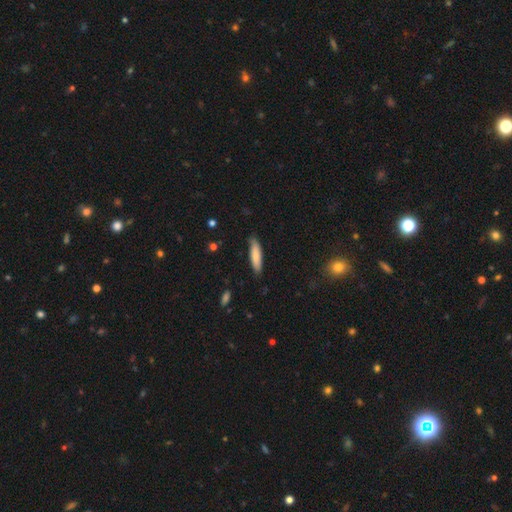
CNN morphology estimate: smooth-or-featured: smooth: 81% | featured or disk: 13% | star or artifact: 6%
  how-rounded: cigar-shaped: 72% | in between: 26% | round: 1%
  merging: none: 84% | minor disturbance: 13% | major disturbance: 2% | merger: 1%